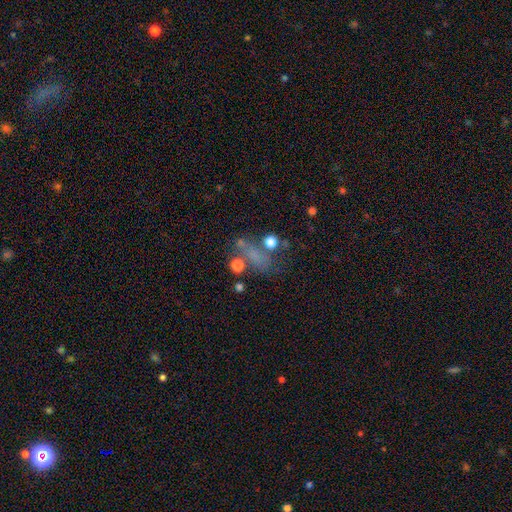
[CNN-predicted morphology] This appears to be a smooth galaxy with no disk features (52%) that is in between round and cigar-shaped (56%). Merging: none (42%).